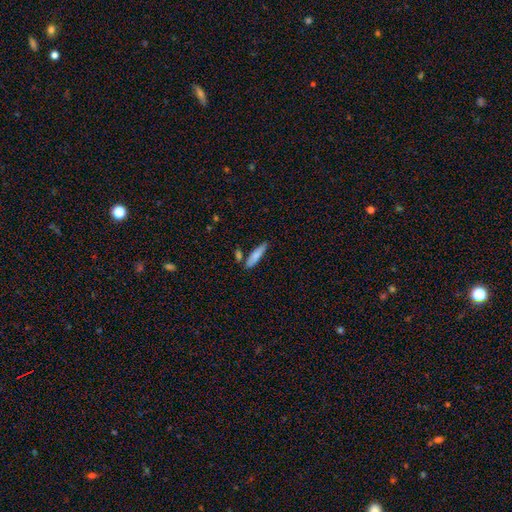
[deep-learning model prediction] smooth_or_featured: smooth (p=0.79) [alt: featured or disk p=0.15]
how_rounded: cigar-shaped (p=0.75) [alt: in between p=0.24]
merging: none (p=0.75) [alt: minor disturbance p=0.13]